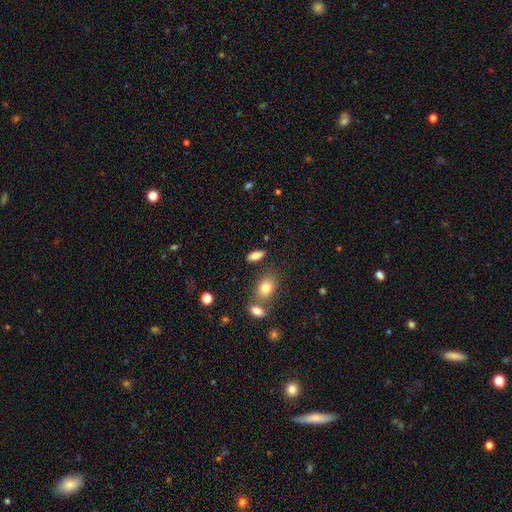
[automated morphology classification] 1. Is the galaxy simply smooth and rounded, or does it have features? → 82% smooth, 10% featured or disk, 9% star or artifact.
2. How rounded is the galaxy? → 81% in between, 14% cigar-shaped, 5% round.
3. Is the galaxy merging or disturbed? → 79% none, 11% minor disturbance, 7% merger, 4% major disturbance.